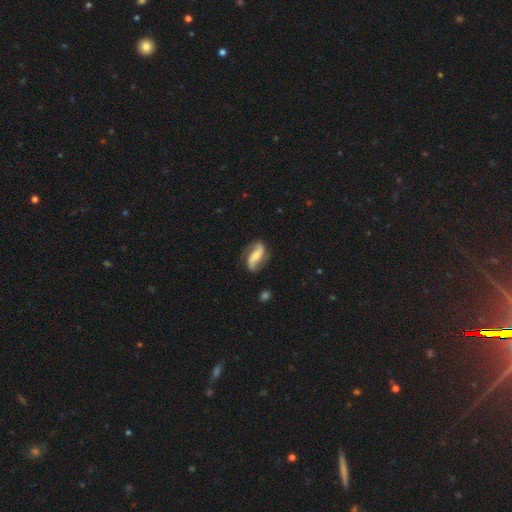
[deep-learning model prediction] This is clearly a featured or disk galaxy (82%). It is clearly not viewed edge-on (96%). Bar: marginally strong (35%). Spiral arm pattern: clearly yes (95%). Spiral arm count: clearly 2 (92%). Spiral winding: possibly loose (54%). Central bulge: marginally small (43%). Merging: likely none (77%).